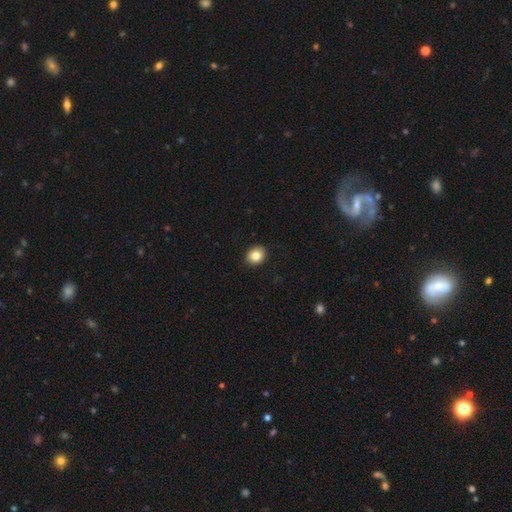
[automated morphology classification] Smooth or featured? smooth (83%)
How rounded? round (67%)
Merging? none (91%)